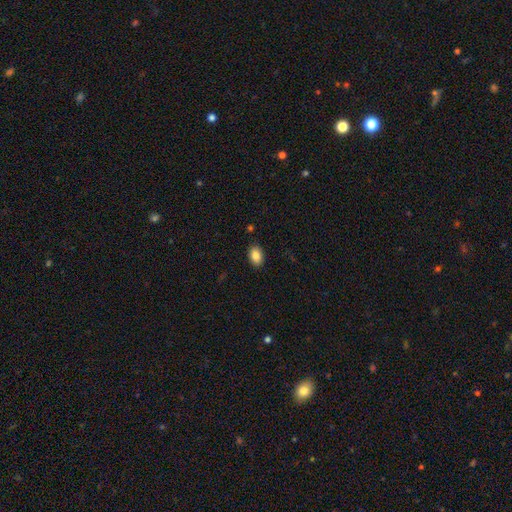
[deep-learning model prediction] Smooth or featured?
  - smooth: 86% *
  - star or artifact: 8%
  - featured or disk: 6%
How rounded?
  - in between: 86% *
  - round: 13%
  - cigar-shaped: 1%
Merging?
  - none: 87% *
  - minor disturbance: 9%
  - major disturbance: 2%
  - merger: 1%